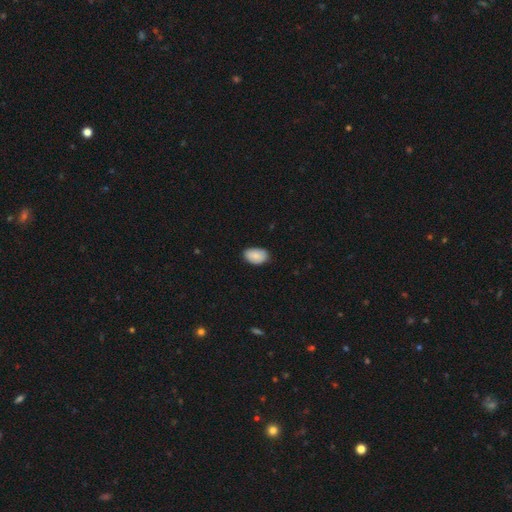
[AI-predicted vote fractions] Smooth or featured? smooth (86%)
How rounded? in between (89%)
Merging? none (81%)